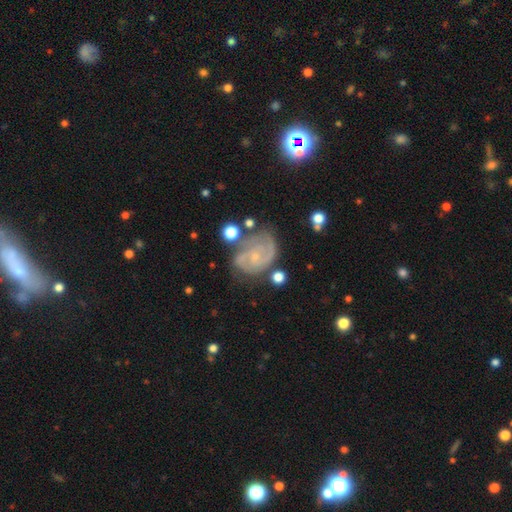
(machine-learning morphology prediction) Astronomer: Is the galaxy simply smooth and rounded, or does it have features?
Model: featured or disk — 81%.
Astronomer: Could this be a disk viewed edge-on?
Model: no — 98%.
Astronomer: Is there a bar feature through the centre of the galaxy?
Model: no — 66%.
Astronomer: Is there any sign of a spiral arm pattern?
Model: yes — 95%.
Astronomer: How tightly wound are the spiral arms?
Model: tight — 53% (runner-up: medium, 37%).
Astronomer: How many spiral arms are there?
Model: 2 — 42% (runner-up: can't tell, 23%).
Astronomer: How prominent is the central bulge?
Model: small — 79%.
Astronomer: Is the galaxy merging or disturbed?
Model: none — 62%.